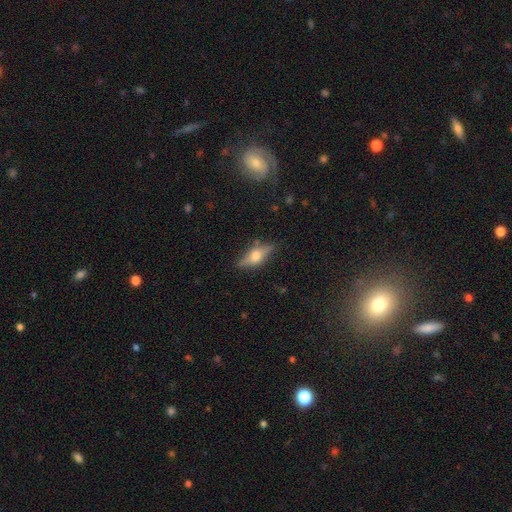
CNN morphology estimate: featured or disk 62%, smooth 30%, star or artifact 8%. Down the decision tree: edge-on disk — yes (93%); edge-on bulge — rounded (93%); merging — none (83%).